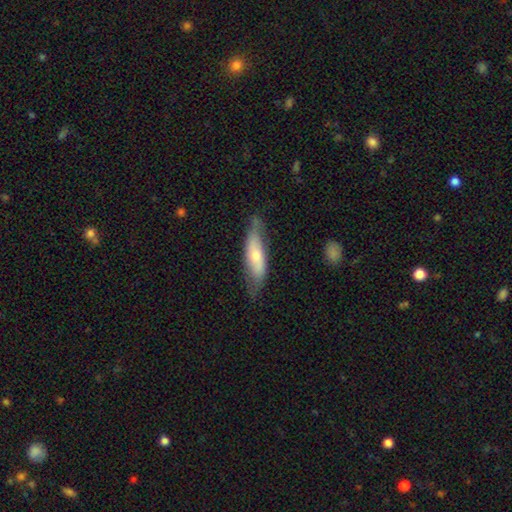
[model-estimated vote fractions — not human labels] smooth-or-featured: smooth: 52% | featured or disk: 42% | star or artifact: 6%
  how-rounded: cigar-shaped: 55% | in between: 43% | round: 2%
  merging: none: 67% | minor disturbance: 25% | major disturbance: 6% | merger: 2%